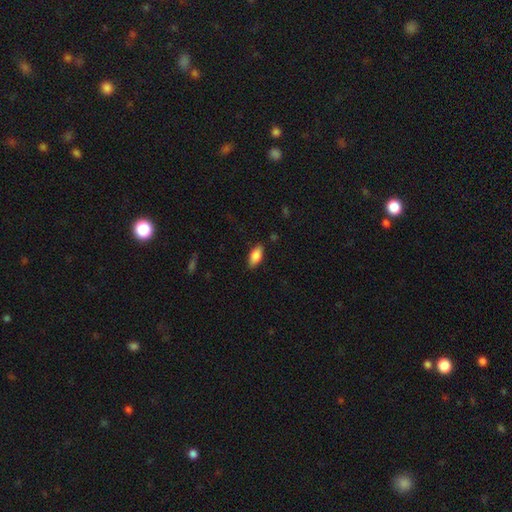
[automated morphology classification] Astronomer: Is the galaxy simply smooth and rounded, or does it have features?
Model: smooth — 85%.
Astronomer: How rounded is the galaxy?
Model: in between — 88%.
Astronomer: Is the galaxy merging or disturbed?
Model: none — 85%.